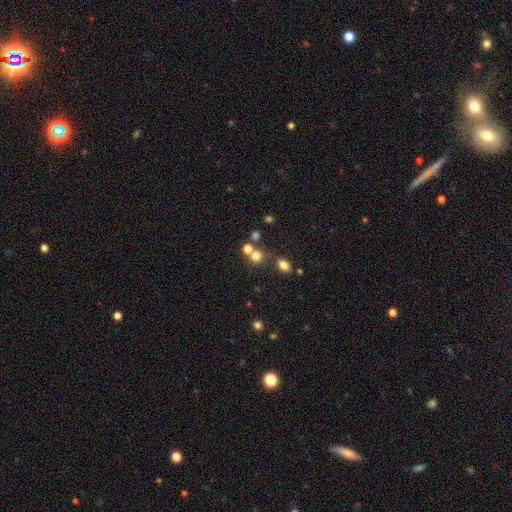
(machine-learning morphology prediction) A smooth galaxy with no disk features (72%) that is round (81%). Merging: none (55%).